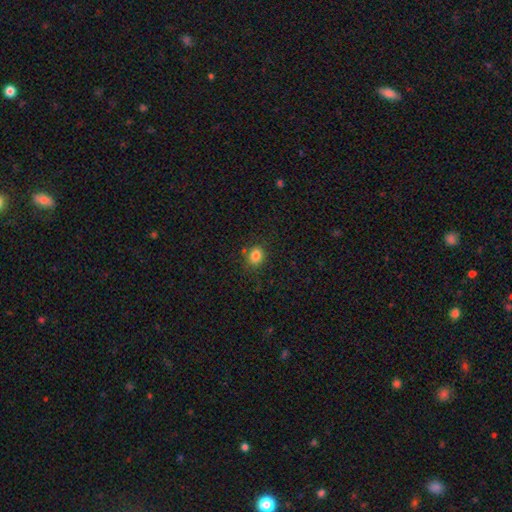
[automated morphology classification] smooth-or-featured: smooth: 83% | star or artifact: 12% | featured or disk: 5%
  how-rounded: round: 63% | in between: 36% | cigar-shaped: 1%
  merging: none: 82% | minor disturbance: 12% | merger: 4% | major disturbance: 3%